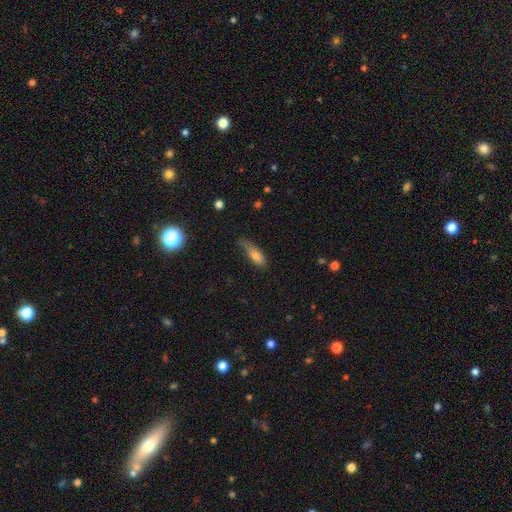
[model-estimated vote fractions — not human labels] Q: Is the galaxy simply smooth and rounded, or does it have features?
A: smooth — 72%.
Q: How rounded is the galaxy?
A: in between — 58%.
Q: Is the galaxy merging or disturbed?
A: none — 47%.